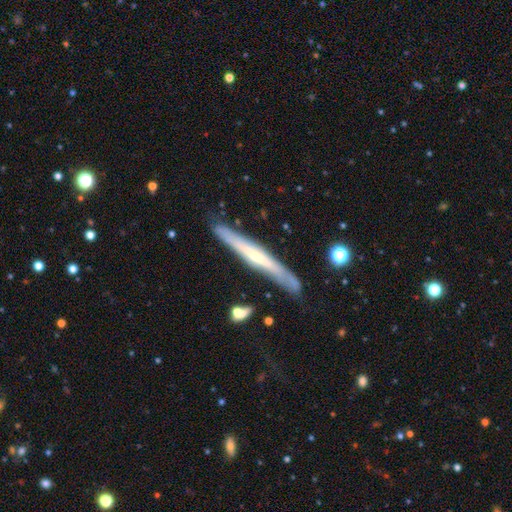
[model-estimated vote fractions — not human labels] smooth_or_featured: featured or disk (p=0.64) [alt: smooth p=0.29]
disk_edge_on: yes (p=0.88) [alt: no p=0.12]
edge_on_bulge: none (p=0.53) [alt: rounded p=0.40]
merging: none (p=0.80) [alt: minor disturbance p=0.15]